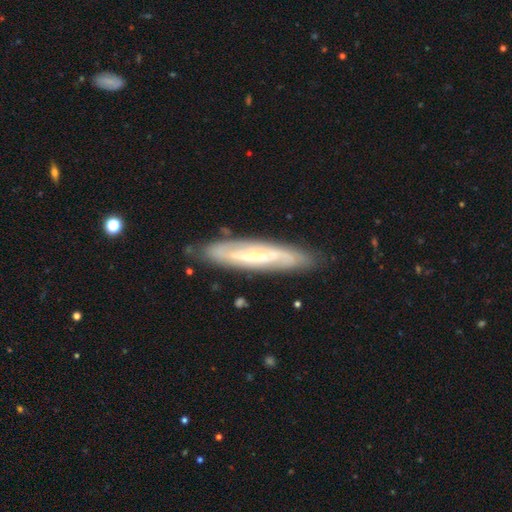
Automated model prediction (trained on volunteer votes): smooth-or-featured: featured or disk: 73% | smooth: 21% | star or artifact: 6%
  disk-edge-on: no: 60% | yes: 40%
  merging: none: 82% | minor disturbance: 13% | major disturbance: 3% | merger: 2%